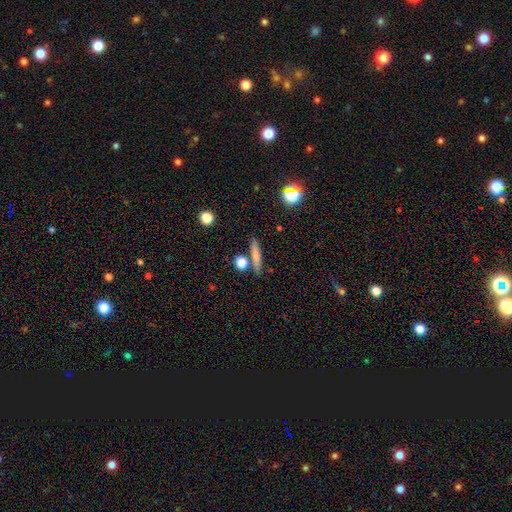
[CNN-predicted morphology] Overall: smooth (74%). How rounded: cigar-shaped (79%). Merging: none (77%).